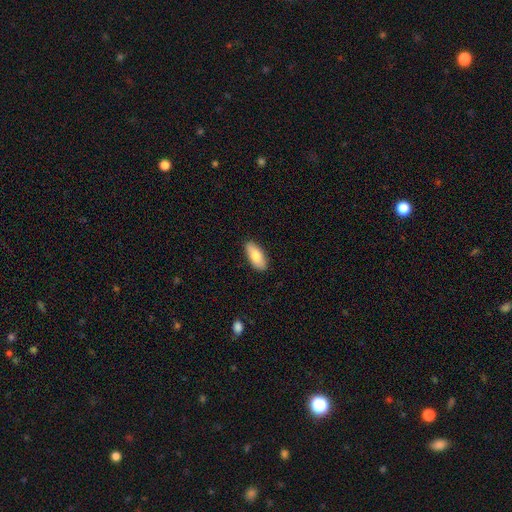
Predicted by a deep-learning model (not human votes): Q: Smooth or featured?
A: smooth (80%); runner-up: featured or disk (14%)
Q: How rounded?
A: in between (87%); runner-up: cigar-shaped (11%)
Q: Merging?
A: none (87%); runner-up: minor disturbance (10%)